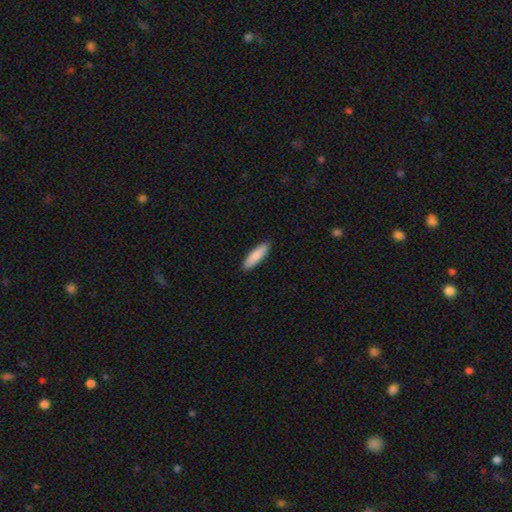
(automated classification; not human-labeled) Overall: smooth (87%). How rounded: cigar-shaped (65%; in between 33%). Merging: none (91%).